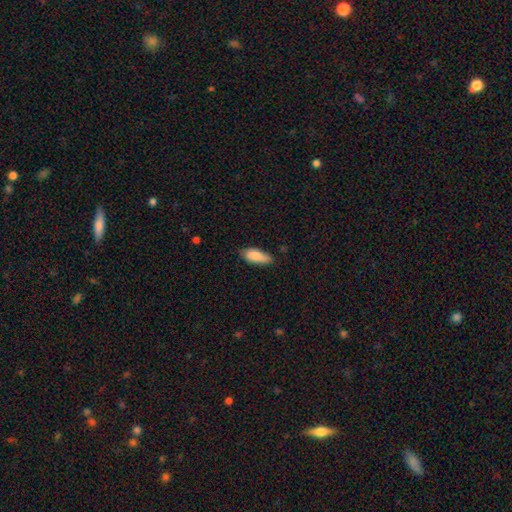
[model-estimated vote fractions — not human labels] Q: Smooth or featured?
A: smooth (86%); runner-up: featured or disk (7%)
Q: How rounded?
A: in between (78%); runner-up: cigar-shaped (20%)
Q: Merging?
A: none (70%); runner-up: minor disturbance (25%)